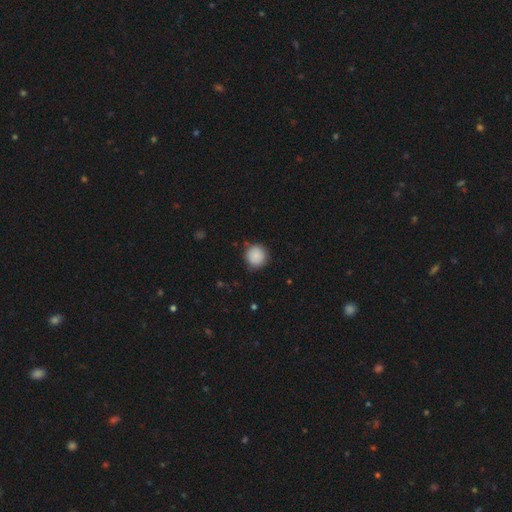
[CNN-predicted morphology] Smooth or featured? smooth (87%)
How rounded? round (94%)
Merging? none (83%)